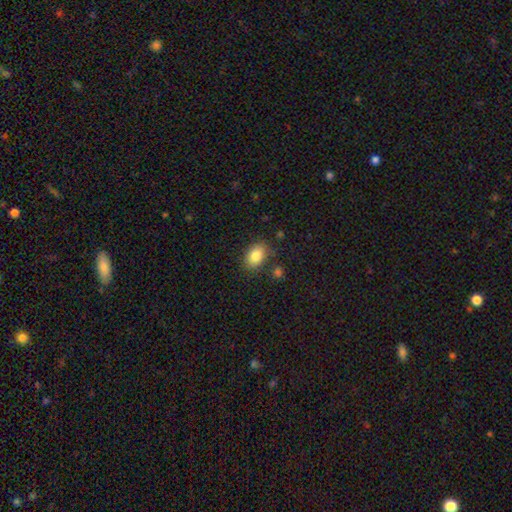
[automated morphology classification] Smooth or featured? Predicted: smooth (p=0.84). How rounded? Predicted: in between (p=0.82). Merging? Predicted: none (p=0.79).